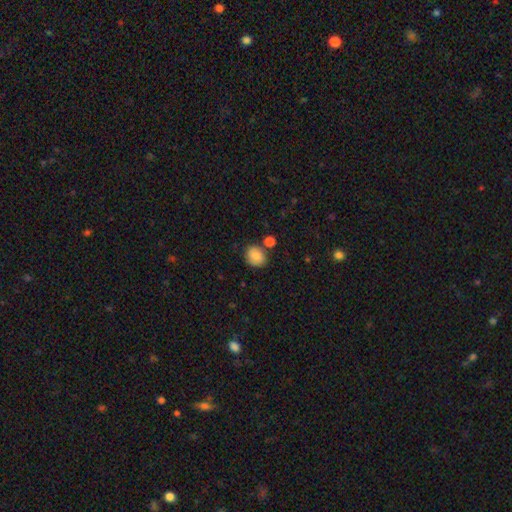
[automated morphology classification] smooth 80%, featured or disk 11%, star or artifact 9%. Down the decision tree: how rounded — round (72%); merging — none (74%).